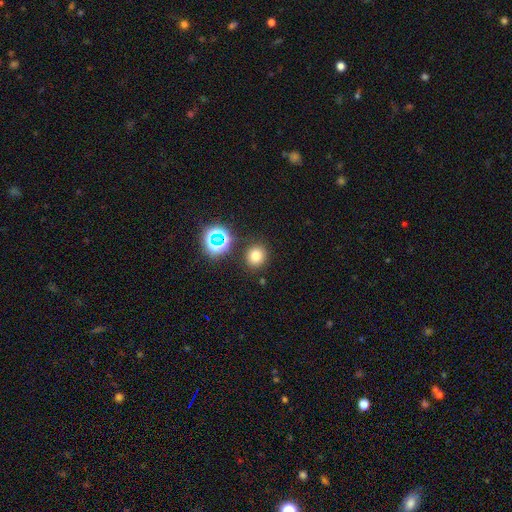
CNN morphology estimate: Overall: smooth (73%). How rounded: round (80%). Merging: none (85%).